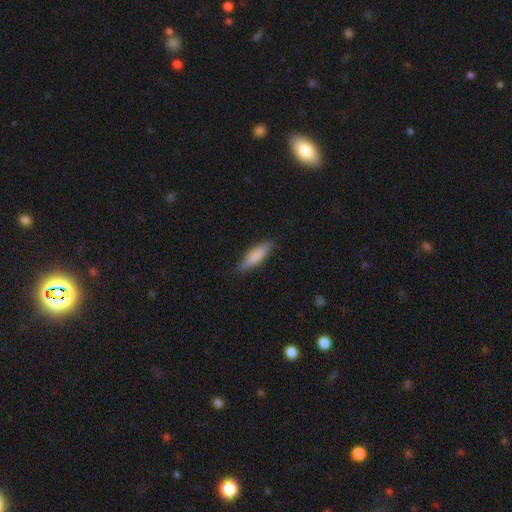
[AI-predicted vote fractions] The model was most divided on "how rounded": cigar-shaped: 60%, in between: 38%, round: 2%. More confident: merging — none (85%); smooth or featured — smooth (82%).